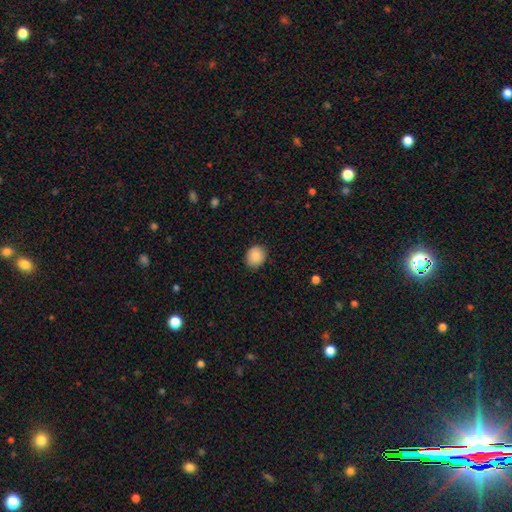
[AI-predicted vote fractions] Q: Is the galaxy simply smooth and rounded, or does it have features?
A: smooth — 88%.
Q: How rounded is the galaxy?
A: round — 70%.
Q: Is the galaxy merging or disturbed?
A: none — 87%.